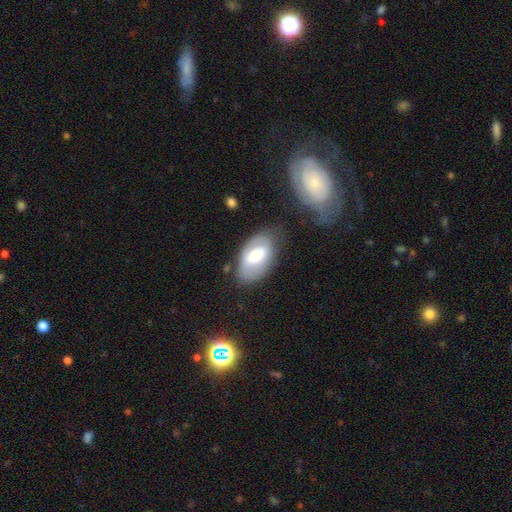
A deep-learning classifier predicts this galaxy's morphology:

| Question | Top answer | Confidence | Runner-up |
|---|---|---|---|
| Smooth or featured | featured or disk | 47% | smooth (46%) |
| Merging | none | 70% | minor disturbance (20%) |